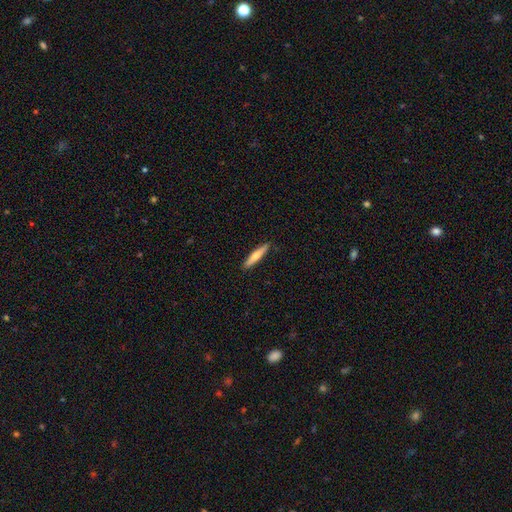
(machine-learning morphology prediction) Smooth or featured: smooth — 61% (featured or disk — 34%)
How rounded: cigar-shaped — 87% (in between — 11%)
Merging: none — 90% (minor disturbance — 8%)